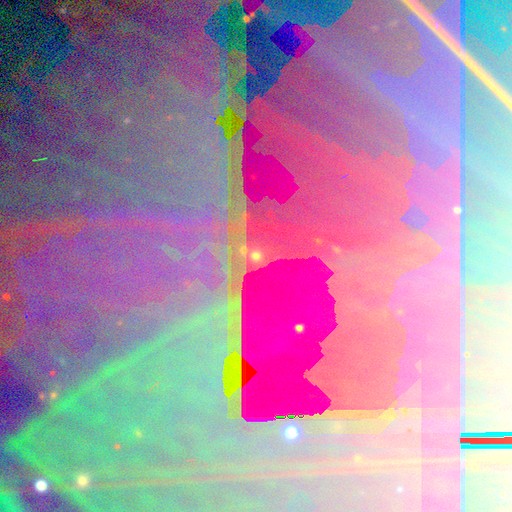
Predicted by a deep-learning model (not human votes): Morphology: type=star or artifact (85%).